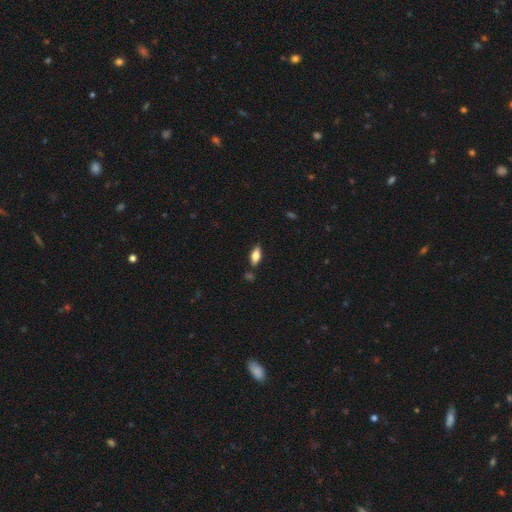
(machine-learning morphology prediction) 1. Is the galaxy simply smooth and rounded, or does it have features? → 70% smooth, 22% featured or disk, 7% star or artifact.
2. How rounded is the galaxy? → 80% in between, 17% cigar-shaped, 3% round.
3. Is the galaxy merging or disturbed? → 80% none, 13% minor disturbance, 4% merger, 3% major disturbance.